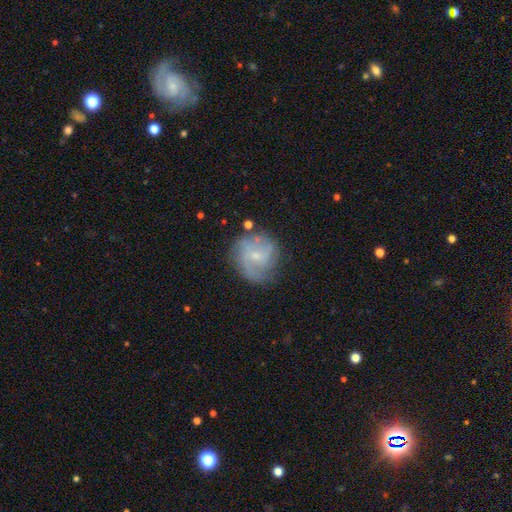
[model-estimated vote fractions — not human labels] Overall: featured or disk (68%). Edge-on disk: no (98%). Bar: no (51%; weak 42%). Spiral arms: yes (86%). Spiral arm count: 2 (33%; can't tell 32%). Spiral winding: medium (43%; tight 30%). Bulge size: small (75%). Merging: none (68%).